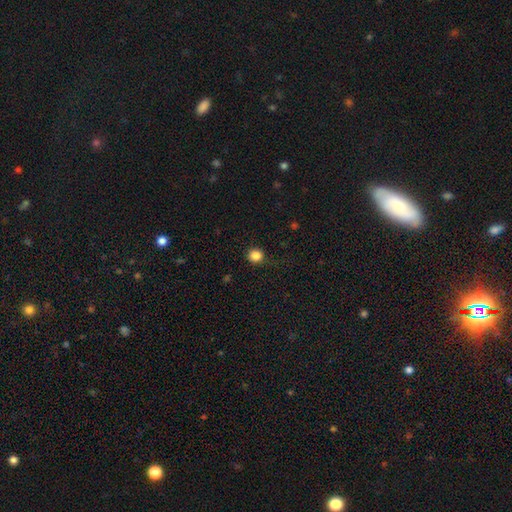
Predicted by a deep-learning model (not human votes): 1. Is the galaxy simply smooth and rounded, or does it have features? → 85% smooth, 12% star or artifact, 3% featured or disk.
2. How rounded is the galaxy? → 91% round, 8% in between, 1% cigar-shaped.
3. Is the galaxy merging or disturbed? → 87% none, 10% minor disturbance, 3% major disturbance, 1% merger.